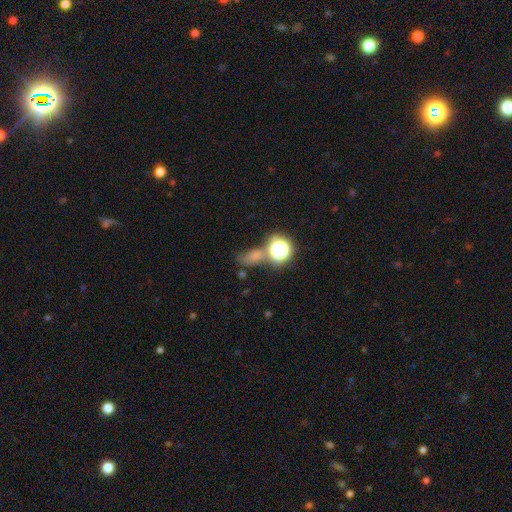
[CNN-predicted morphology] The model was most divided on "how rounded": in between: 57%, round: 36%, cigar-shaped: 6%. Remaining: smooth or featured — smooth (60%); merging — none (48%).